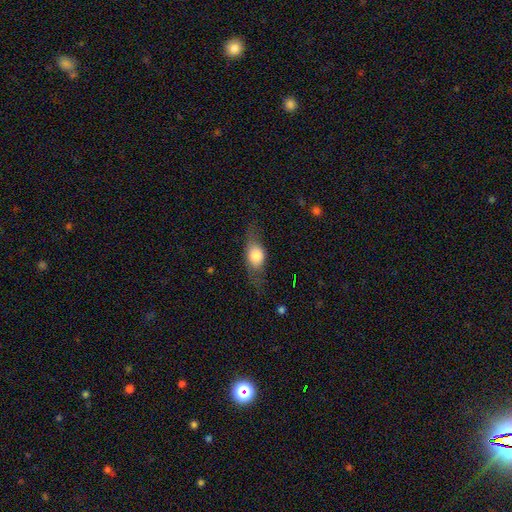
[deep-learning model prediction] Morphology: type=smooth (64%); roundness=in between (65%); merging=none (65%).